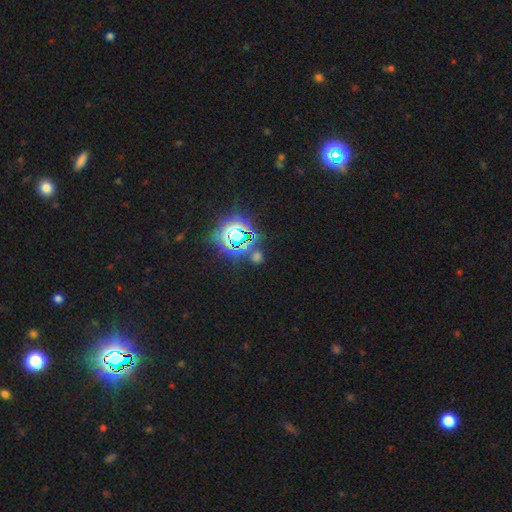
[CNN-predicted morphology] A star or artifact, not a galaxy (66%).